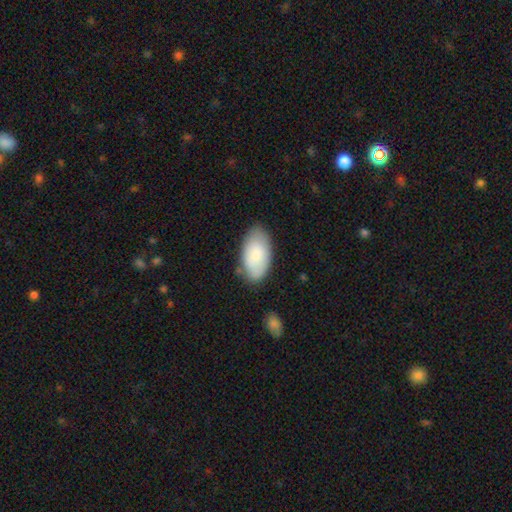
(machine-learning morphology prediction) smooth-or-featured: smooth: 81% | featured or disk: 13% | star or artifact: 6%
  how-rounded: in between: 96% | round: 3% | cigar-shaped: 2%
  merging: none: 76% | minor disturbance: 18% | major disturbance: 4% | merger: 3%